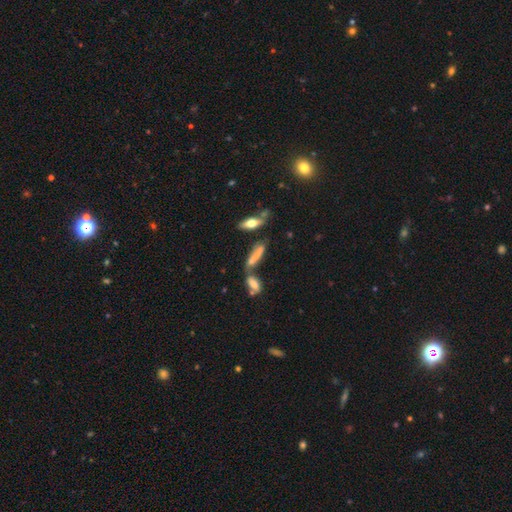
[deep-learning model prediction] Smooth or featured?
  - smooth: 64% *
  - featured or disk: 25%
  - star or artifact: 11%
How rounded?
  - cigar-shaped: 68% *
  - in between: 29%
  - round: 3%
Merging?
  - none: 44% *
  - merger: 35%
  - minor disturbance: 14%
  - major disturbance: 7%